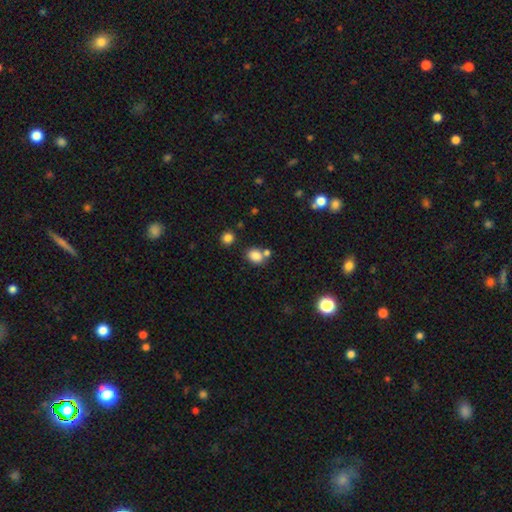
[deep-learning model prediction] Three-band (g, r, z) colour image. It shows a smooth galaxy with no disk features (84%) that is in between round and cigar-shaped (53%). Merging: none (62%).